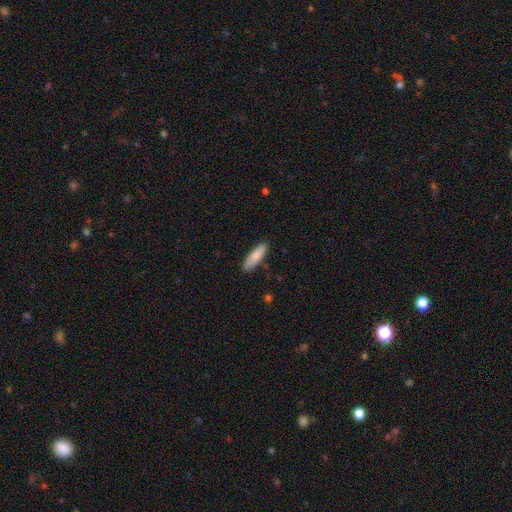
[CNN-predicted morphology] Smooth or featured?
  - smooth: 84% *
  - featured or disk: 10%
  - star or artifact: 5%
How rounded?
  - cigar-shaped: 57% *
  - in between: 42%
  - round: 1%
Merging?
  - none: 87% *
  - minor disturbance: 10%
  - major disturbance: 2%
  - merger: 1%